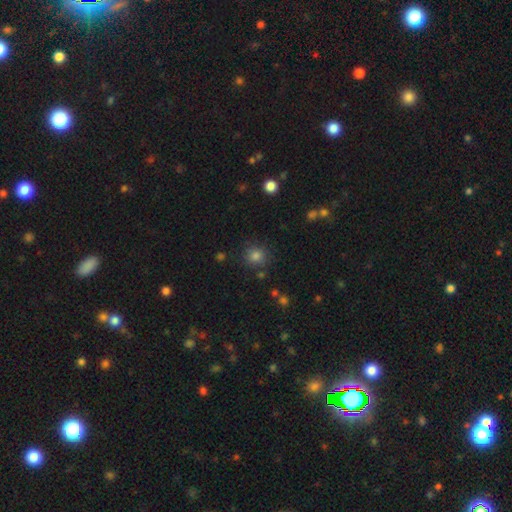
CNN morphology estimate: smooth 81%, star or artifact 13%, featured or disk 5%. Down the decision tree: how rounded — round (88%); merging — none (83%).